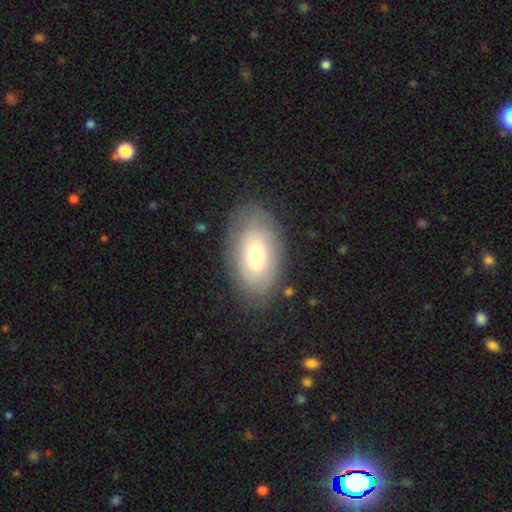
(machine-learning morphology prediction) smooth-or-featured: smooth: 60% | featured or disk: 32% | star or artifact: 8%
  how-rounded: in between: 92% | round: 7% | cigar-shaped: 2%
  merging: none: 78% | minor disturbance: 15% | major disturbance: 5% | merger: 1%